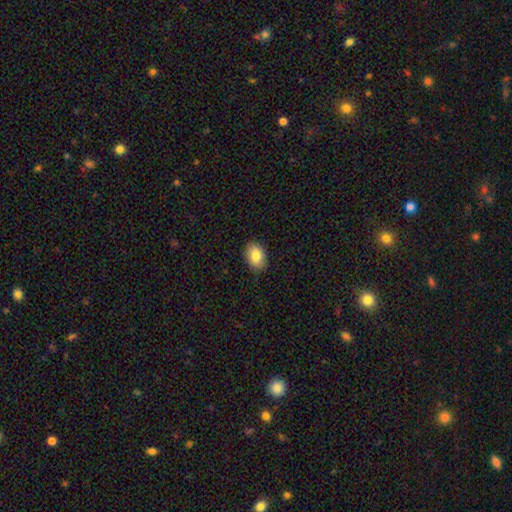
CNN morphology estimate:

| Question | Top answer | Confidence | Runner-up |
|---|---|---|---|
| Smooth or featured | smooth | 84% | featured or disk (9%) |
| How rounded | in between | 86% | round (13%) |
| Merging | none | 87% | minor disturbance (10%) |